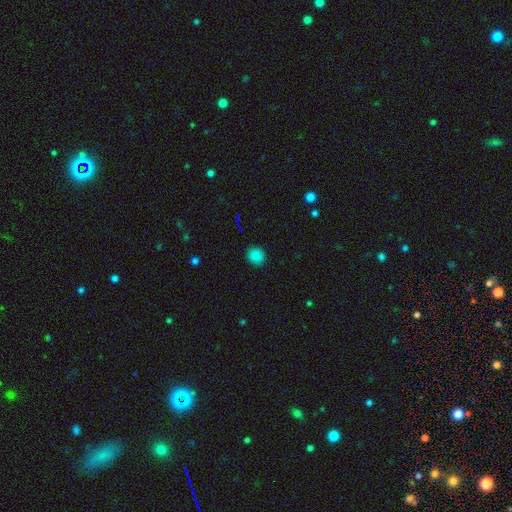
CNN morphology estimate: The model was most divided on "smooth or featured": smooth: 84%, star or artifact: 13%, featured or disk: 3%. More confident: merging — none (88%); how rounded — round (86%).